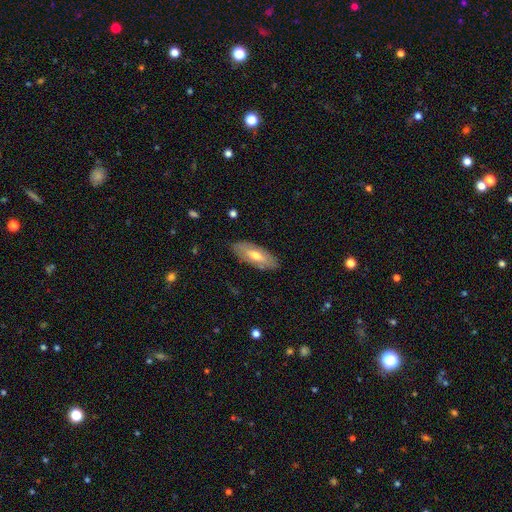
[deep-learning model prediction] Smooth or featured? smooth (49%)
Merging? none (83%)